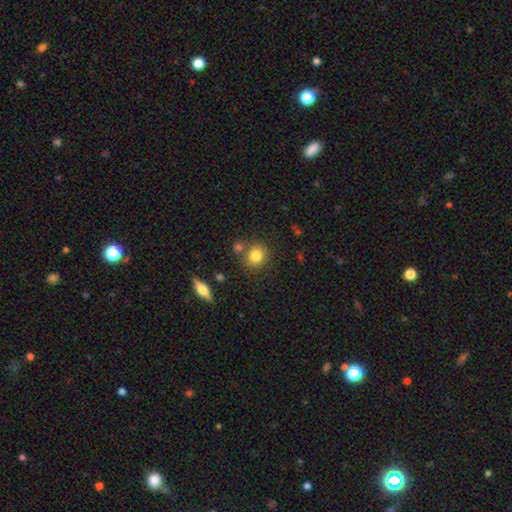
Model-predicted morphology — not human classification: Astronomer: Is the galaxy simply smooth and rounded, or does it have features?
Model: smooth — 81%.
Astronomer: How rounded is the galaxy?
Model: round — 81%.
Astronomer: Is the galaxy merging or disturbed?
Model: none — 72%.